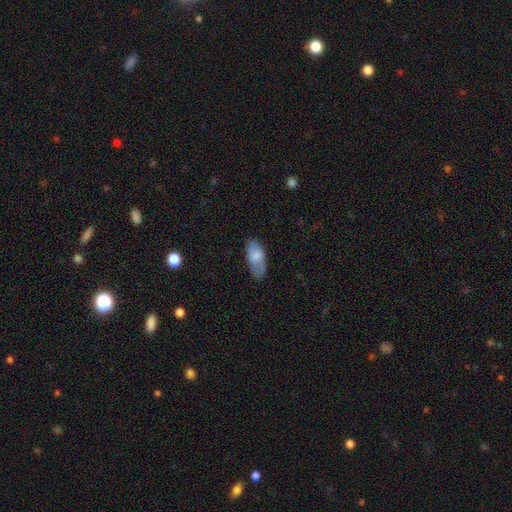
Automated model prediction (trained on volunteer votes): Morphology: type=smooth (72%); roundness=in between (89%); merging=none (64%).